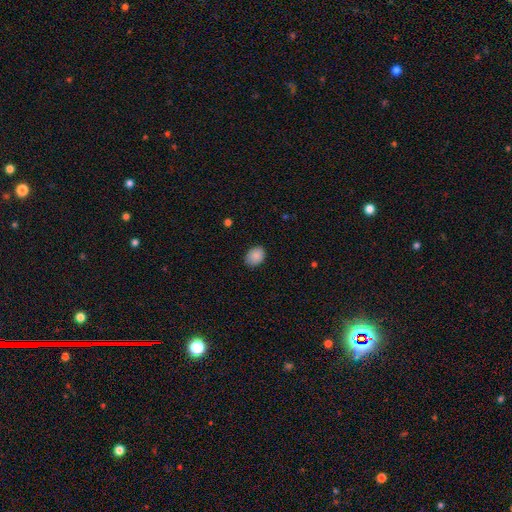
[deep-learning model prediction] Smooth or featured? Predicted: smooth (p=0.88). How rounded? Predicted: in between (p=0.62). Merging? Predicted: none (p=0.83).